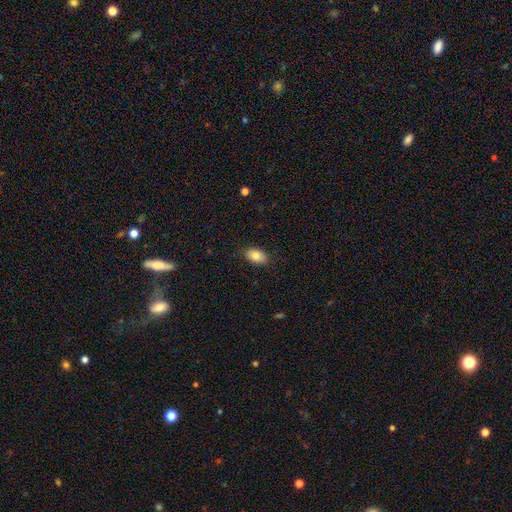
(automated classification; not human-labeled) Smooth or featured? Predicted: smooth (p=0.83). How rounded? Predicted: in between (p=0.89). Merging? Predicted: none (p=0.86).